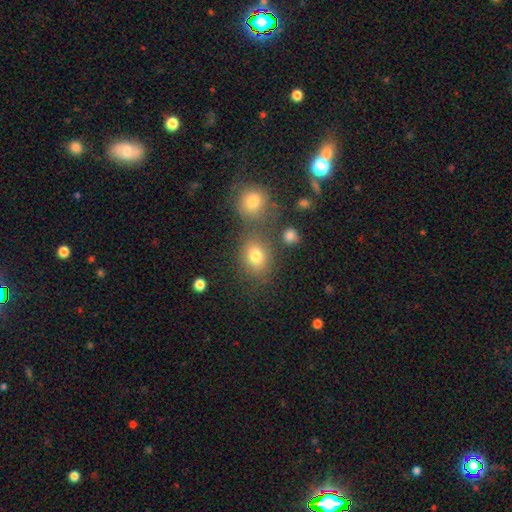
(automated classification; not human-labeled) A smooth galaxy with no disk features (77%) that is round (55%). Merging: none (63%).